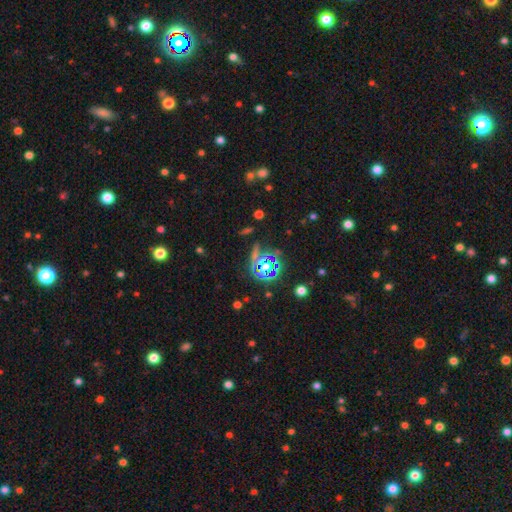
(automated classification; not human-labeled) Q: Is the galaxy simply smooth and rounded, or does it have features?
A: star or artifact — 70%.